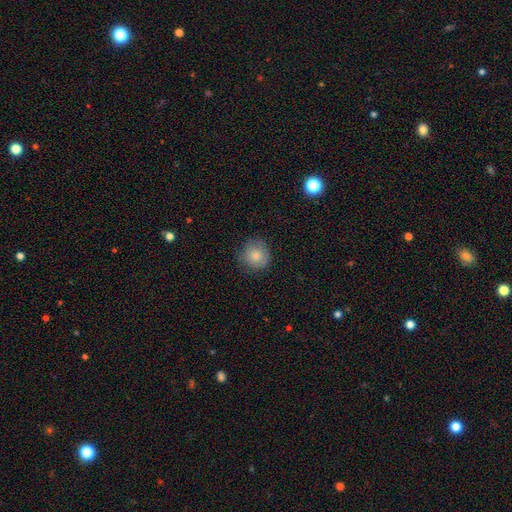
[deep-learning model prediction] A smooth galaxy with no disk features (81%) that is round (91%).

Vote fractions:
- Smooth or featured? smooth: 81% / featured or disk: 10% / star or artifact: 9%
- How rounded? round: 91% / in between: 8% / cigar-shaped: 1%
- Merging? none: 81% / minor disturbance: 15% / major disturbance: 3% / merger: 1%